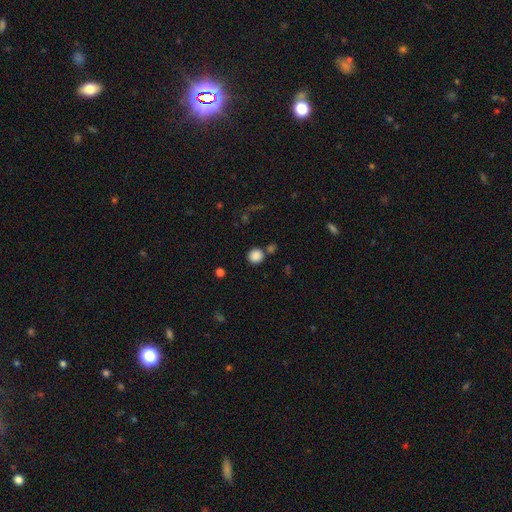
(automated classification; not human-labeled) Smooth or featured?
  - smooth: 86% *
  - star or artifact: 10%
  - featured or disk: 4%
How rounded?
  - round: 91% *
  - in between: 8%
  - cigar-shaped: 1%
Merging?
  - none: 77% *
  - merger: 11%
  - minor disturbance: 9%
  - major disturbance: 3%